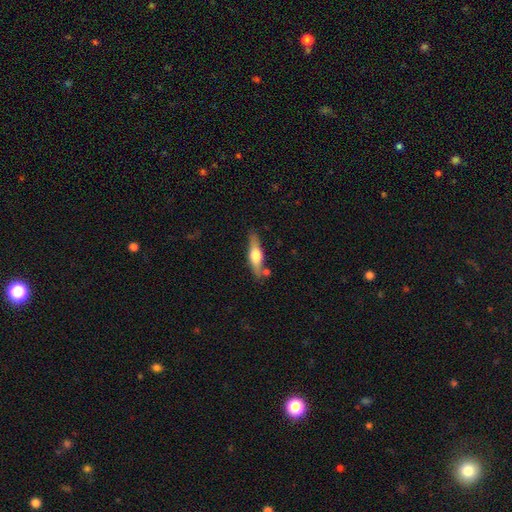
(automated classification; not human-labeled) Q: Smooth or featured?
A: featured or disk (53%); runner-up: smooth (41%)
Q: Edge-on disk?
A: yes (91%); runner-up: no (9%)
Q: Merging?
A: none (76%); runner-up: minor disturbance (13%)